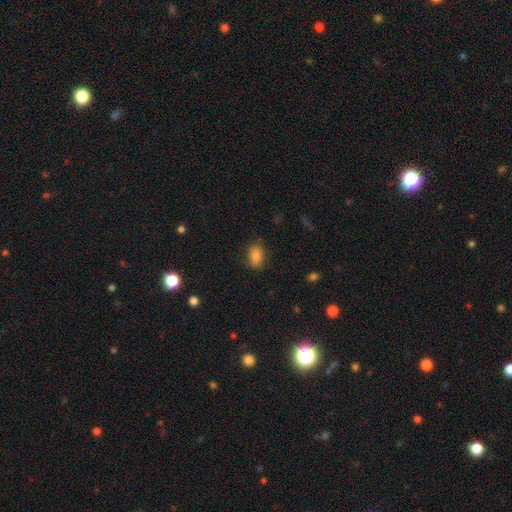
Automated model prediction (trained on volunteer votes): A smooth galaxy with no disk features (82%) that is in between round and cigar-shaped (79%). Merging: none (83%).